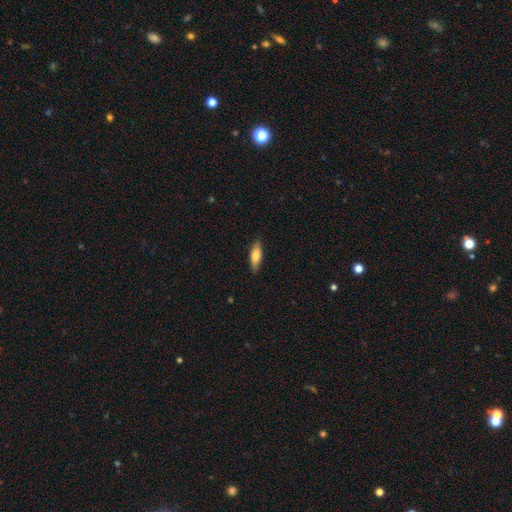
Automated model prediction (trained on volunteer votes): This is likely a smooth galaxy (76%). How rounded: possibly in between (55%). Merging: clearly none (86%).